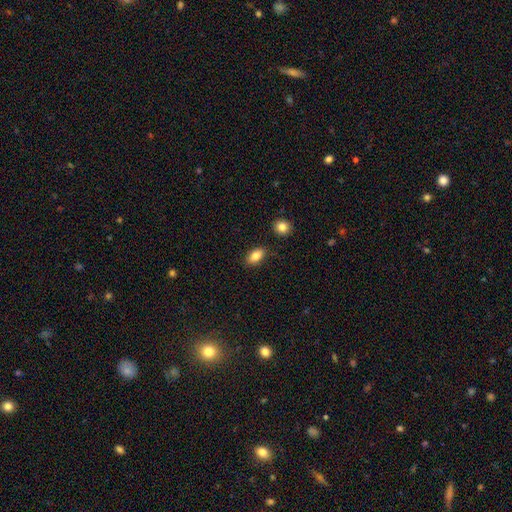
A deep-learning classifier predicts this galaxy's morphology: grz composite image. It shows a smooth galaxy with no disk features (84%) that is in between round and cigar-shaped (90%). Merging: none (83%).